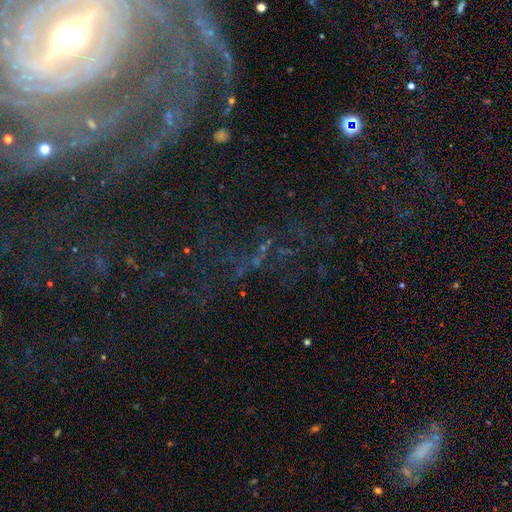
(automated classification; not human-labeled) This is likely a featured or disk galaxy (69%). It is clearly not viewed edge-on (92%). Bar: marginally strong (36%). Spiral arm pattern: clearly yes (88%). Spiral arm count: marginally can't tell (26%). Spiral winding: possibly tight (55%). Central bulge: possibly small (59%). Merging: likely none (63%).